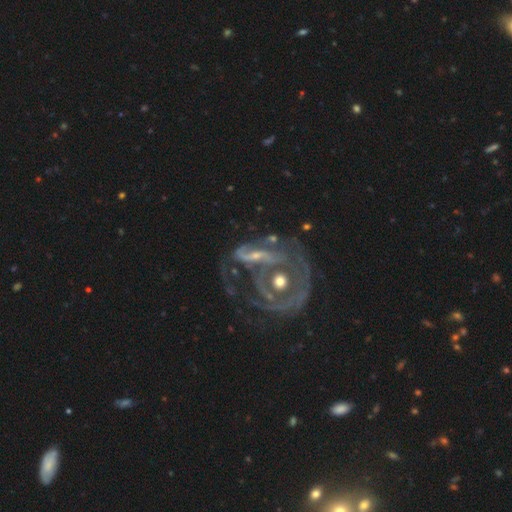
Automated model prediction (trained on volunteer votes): Overall: featured or disk (78%). Edge-on disk: no (93%). Bar: no (54%; weak 26%). Spiral arms: yes (66%; no 34%). Bulge size: small (46%; moderate 41%). Merging: merger (40%; major disturbance 29%).